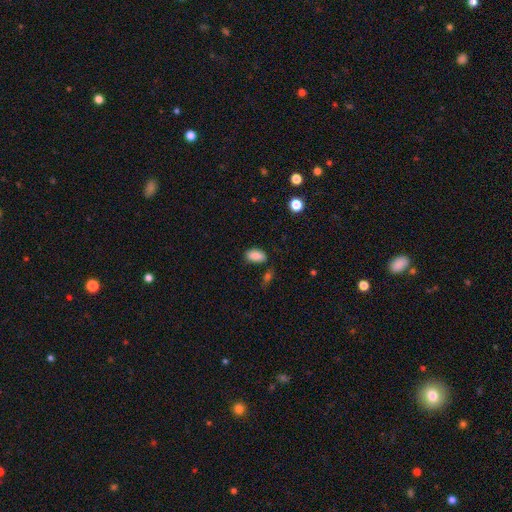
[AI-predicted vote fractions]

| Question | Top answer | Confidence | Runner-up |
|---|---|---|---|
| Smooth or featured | smooth | 87% | star or artifact (8%) |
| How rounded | in between | 92% | round (5%) |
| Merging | none | 74% | minor disturbance (16%) |